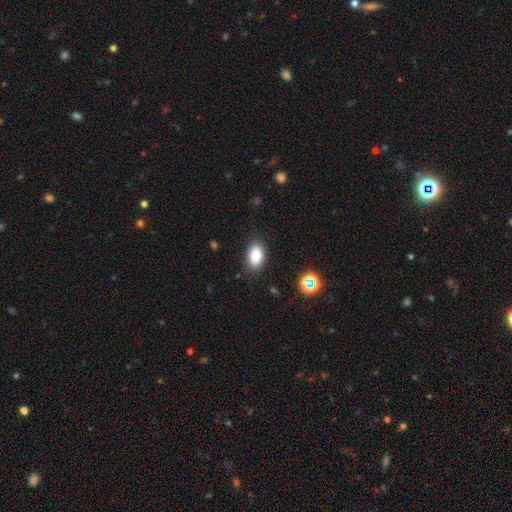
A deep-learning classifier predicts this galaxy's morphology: The model was most divided on "smooth or featured": smooth: 85%, star or artifact: 10%, featured or disk: 6%. More confident: how rounded — in between (90%); merging — none (86%).